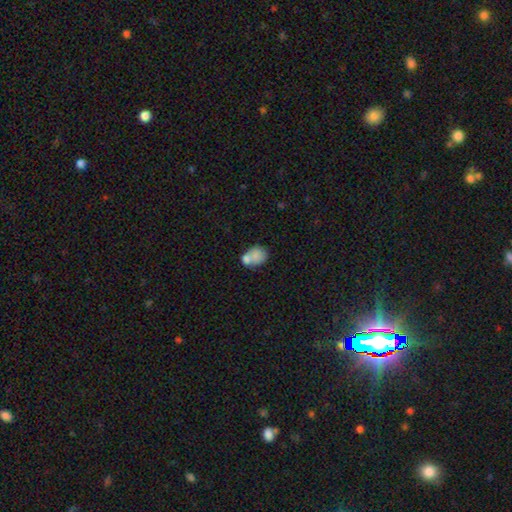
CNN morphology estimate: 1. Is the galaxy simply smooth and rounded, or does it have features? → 78% smooth, 13% featured or disk, 8% star or artifact.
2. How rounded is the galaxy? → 50% in between, 48% round, 1% cigar-shaped.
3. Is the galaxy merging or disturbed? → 46% merger, 36% none, 13% minor disturbance, 5% major disturbance.